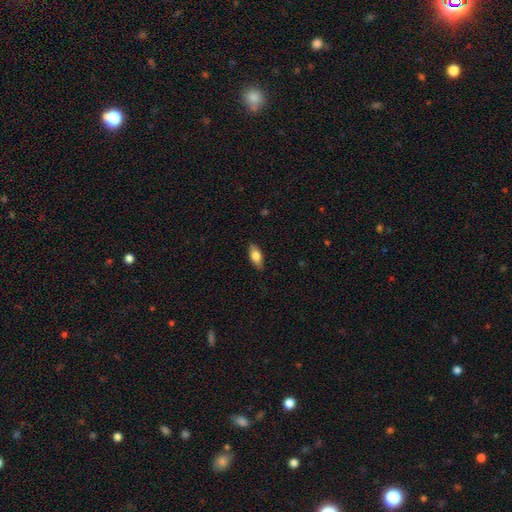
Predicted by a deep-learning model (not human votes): Morphology: type=smooth (76%); roundness=in between (85%); merging=none (85%).